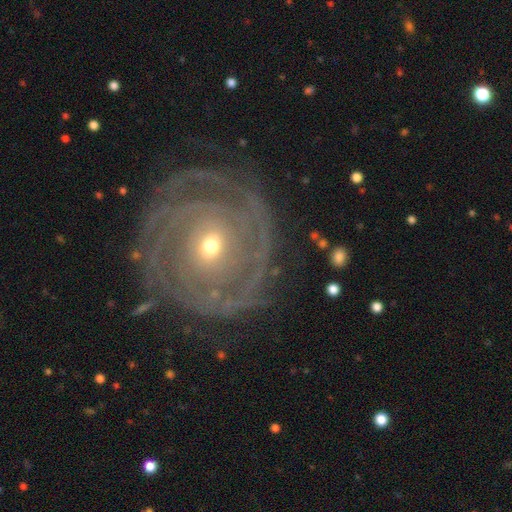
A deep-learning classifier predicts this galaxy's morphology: Q: Smooth or featured?
A: featured or disk (85%); runner-up: smooth (8%)
Q: Edge-on disk?
A: no (96%); runner-up: yes (4%)
Q: Bar?
A: no (64%); runner-up: weak (24%)
Q: Spiral arms?
A: yes (93%); runner-up: no (7%)
Q: Spiral winding?
A: tight (82%); runner-up: medium (15%)
Q: Spiral arm count?
A: can't tell (31%); runner-up: 2 (20%)
Q: Bulge size?
A: small (58%); runner-up: moderate (39%)
Q: Merging?
A: none (80%); runner-up: minor disturbance (13%)